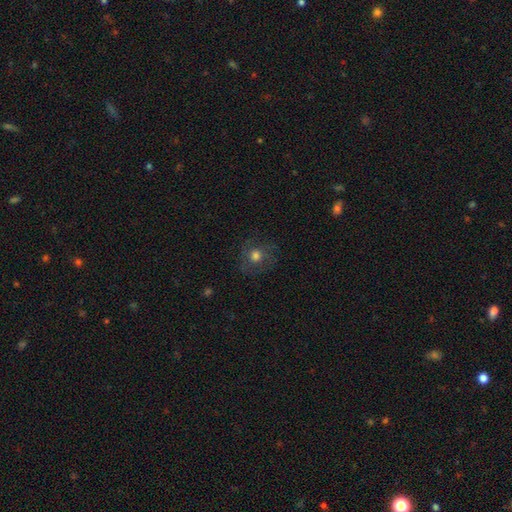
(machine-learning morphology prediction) The model was most divided on "smooth or featured": smooth: 60%, featured or disk: 24%, star or artifact: 16%. More confident: how rounded — round (88%); merging — none (76%).